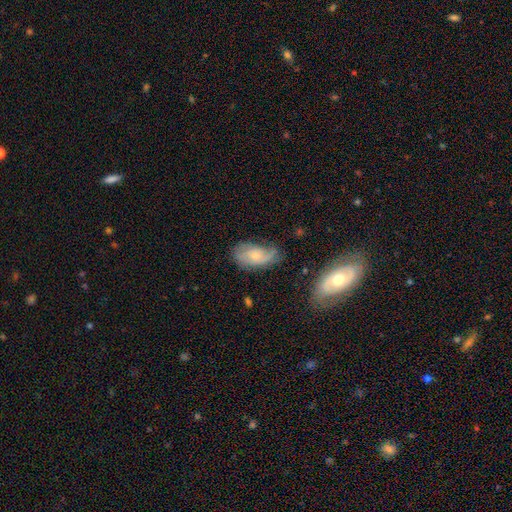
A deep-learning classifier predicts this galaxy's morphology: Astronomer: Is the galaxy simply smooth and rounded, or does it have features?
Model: featured or disk — 50% (runner-up: smooth, 42%).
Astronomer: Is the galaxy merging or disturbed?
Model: none — 53% (runner-up: minor disturbance, 31%).